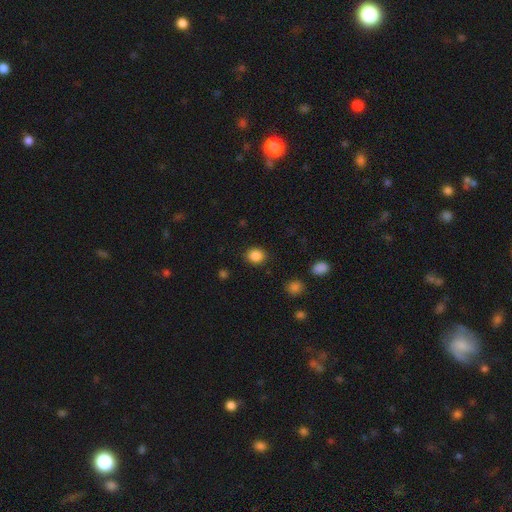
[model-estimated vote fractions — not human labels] Smooth or featured: smooth — 87% (star or artifact — 10%)
How rounded: round — 67% (in between — 32%)
Merging: none — 88% (minor disturbance — 7%)